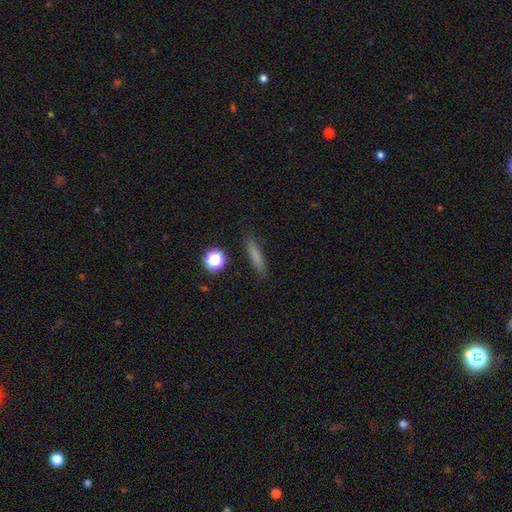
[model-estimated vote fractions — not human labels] Smooth or featured? smooth (76%)
How rounded? cigar-shaped (86%)
Merging? none (86%)